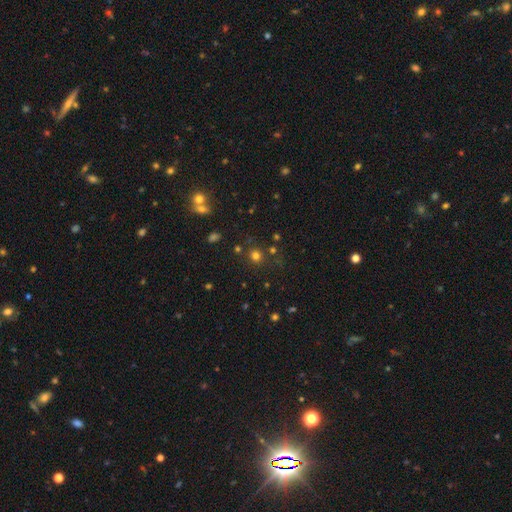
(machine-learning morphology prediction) type=smooth (69%); roundness=round (90%); merging=none (82%).